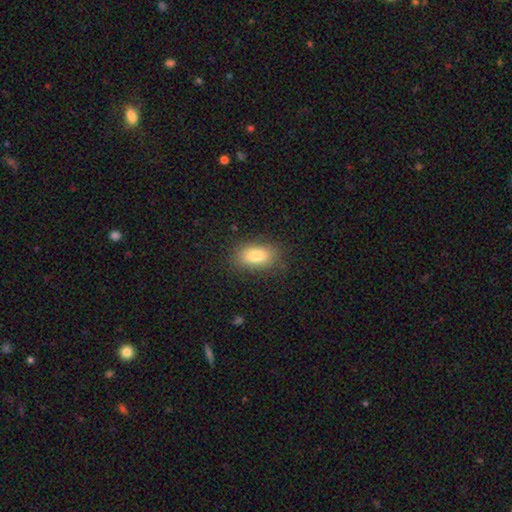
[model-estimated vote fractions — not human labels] Q: Smooth or featured?
A: smooth (82%); runner-up: featured or disk (9%)
Q: How rounded?
A: in between (88%); runner-up: round (7%)
Q: Merging?
A: none (84%); runner-up: minor disturbance (12%)